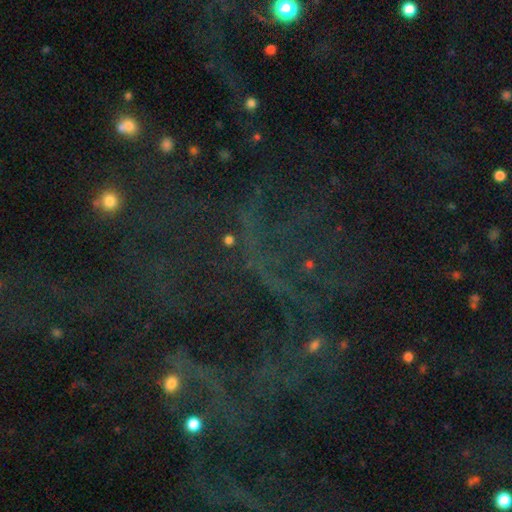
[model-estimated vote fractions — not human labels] The model was most divided on "smooth or featured": star or artifact: 72%, featured or disk: 14%, smooth: 13%.